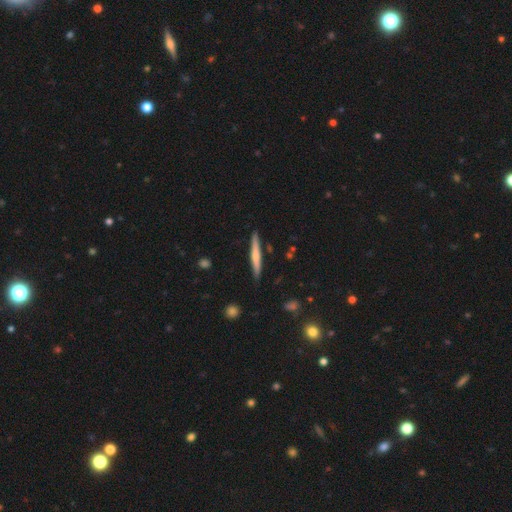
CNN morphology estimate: smooth 54%, featured or disk 41%, star or artifact 5%. Down the decision tree: how rounded — cigar-shaped (95%); merging — none (86%).